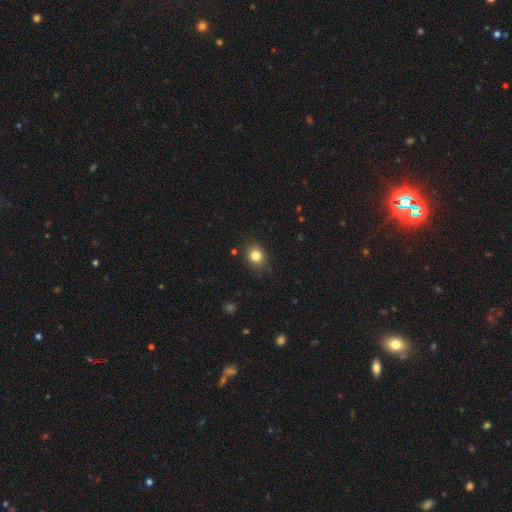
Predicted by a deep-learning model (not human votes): This appears to be a smooth galaxy with no disk features (82%) that is round (63%). Merging: none (85%).